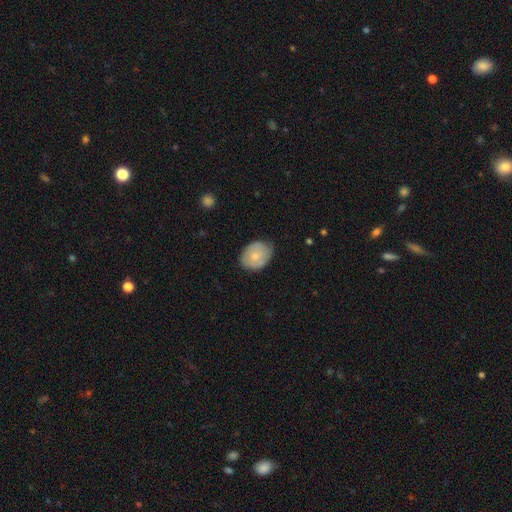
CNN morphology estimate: A smooth galaxy with no disk features (60%) that is in between round and cigar-shaped (60%).

Vote fractions:
- Smooth or featured? smooth: 60% / featured or disk: 33% / star or artifact: 6%
- How rounded? in between: 60% / round: 39% / cigar-shaped: 1%
- Merging? none: 70% / minor disturbance: 25% / major disturbance: 5% / merger: 1%